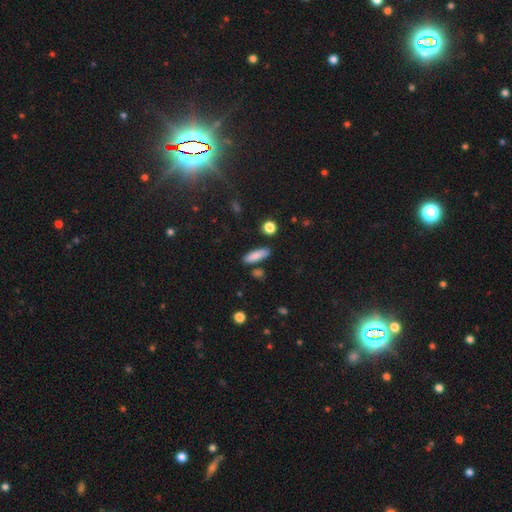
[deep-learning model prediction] Smooth or featured? Predicted: smooth (p=0.84). How rounded? Predicted: cigar-shaped (p=0.52). Merging? Predicted: none (p=0.82).